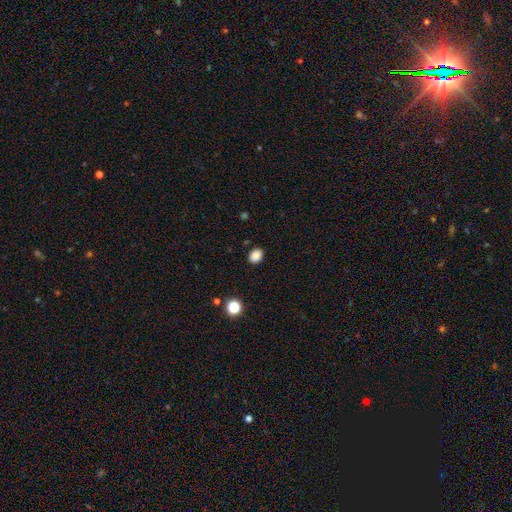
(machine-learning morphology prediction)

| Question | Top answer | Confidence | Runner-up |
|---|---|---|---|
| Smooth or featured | smooth | 86% | star or artifact (11%) |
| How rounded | in between | 51% | round (48%) |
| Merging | none | 88% | minor disturbance (8%) |